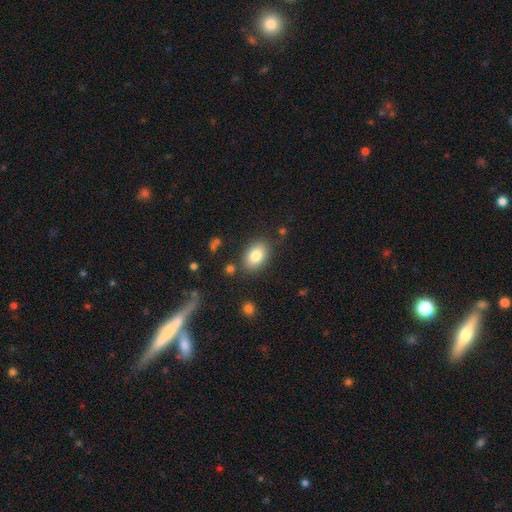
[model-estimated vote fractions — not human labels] A smooth galaxy with no disk features (81%) that is in between round and cigar-shaped (84%). Merging: none (82%).